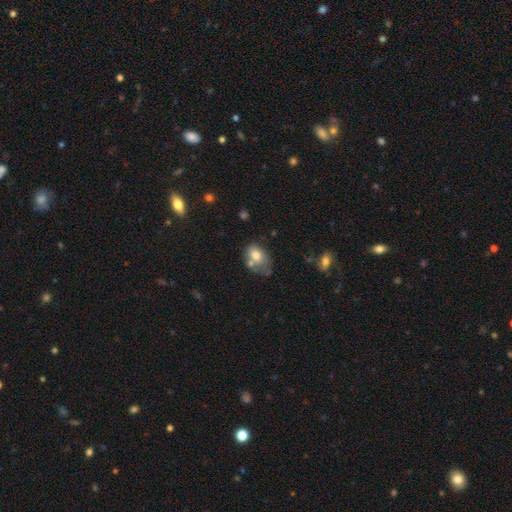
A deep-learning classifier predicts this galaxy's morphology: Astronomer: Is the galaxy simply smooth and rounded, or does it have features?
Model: smooth — 69%.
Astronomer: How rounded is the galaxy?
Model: in between — 80%.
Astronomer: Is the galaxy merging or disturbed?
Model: none — 30% (runner-up: minor disturbance, 28%).